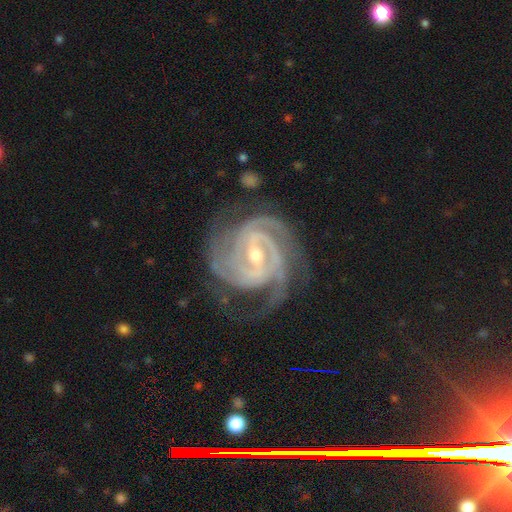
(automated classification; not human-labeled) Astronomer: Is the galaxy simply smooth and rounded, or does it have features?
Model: featured or disk — 93%.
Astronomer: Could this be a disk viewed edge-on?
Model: no — 98%.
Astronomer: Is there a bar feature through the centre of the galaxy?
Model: weak — 45% (runner-up: strong, 39%).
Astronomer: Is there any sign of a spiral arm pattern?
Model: yes — 99%.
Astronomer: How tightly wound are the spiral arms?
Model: tight — 67%.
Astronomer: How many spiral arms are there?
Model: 3 — 41% (runner-up: 2, 26%).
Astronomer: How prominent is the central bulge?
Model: moderate — 51% (runner-up: small, 46%).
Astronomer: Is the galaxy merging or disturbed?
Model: none — 66%.